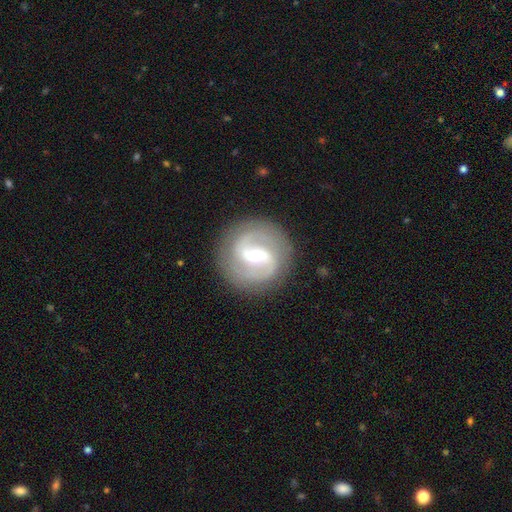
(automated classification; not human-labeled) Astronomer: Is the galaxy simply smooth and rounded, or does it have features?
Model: featured or disk — 87%.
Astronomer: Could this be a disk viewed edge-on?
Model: no — 98%.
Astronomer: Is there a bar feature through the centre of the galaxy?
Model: weak — 45% (runner-up: strong, 37%).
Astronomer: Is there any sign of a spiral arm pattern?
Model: yes — 96%.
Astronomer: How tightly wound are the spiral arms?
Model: medium — 53% (runner-up: tight, 30%).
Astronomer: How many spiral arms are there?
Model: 2 — 89%.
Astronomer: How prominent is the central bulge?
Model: moderate — 52% (runner-up: small, 44%).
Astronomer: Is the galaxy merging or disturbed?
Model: none — 87%.